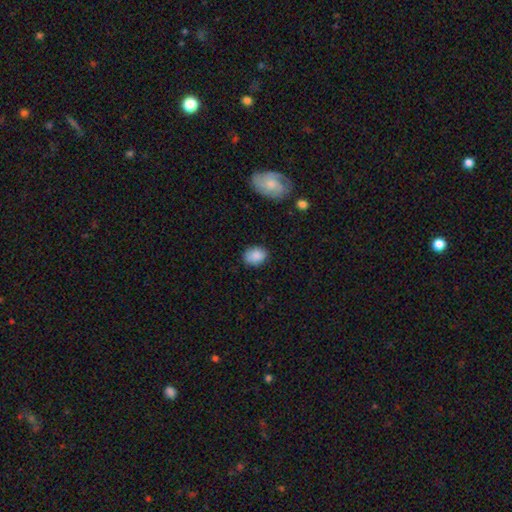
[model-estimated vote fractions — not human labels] Smooth or featured?
  - smooth: 86% *
  - star or artifact: 8%
  - featured or disk: 7%
How rounded?
  - in between: 62% *
  - round: 37%
  - cigar-shaped: 1%
Merging?
  - none: 80% *
  - minor disturbance: 15%
  - major disturbance: 3%
  - merger: 2%